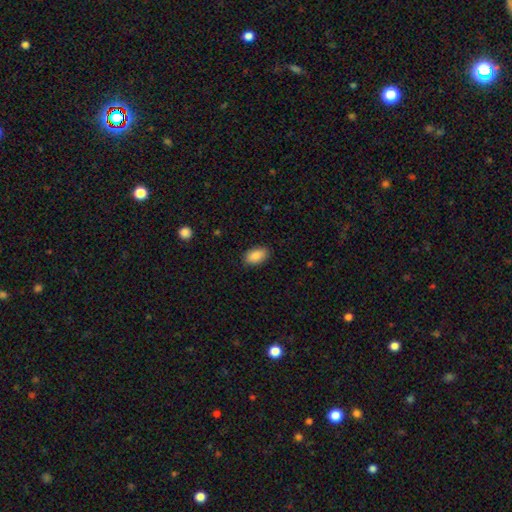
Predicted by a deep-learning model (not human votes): smooth-or-featured: smooth: 89% | star or artifact: 7% | featured or disk: 4%
  how-rounded: in between: 93% | round: 5% | cigar-shaped: 2%
  merging: none: 87% | minor disturbance: 10% | major disturbance: 2% | merger: 1%